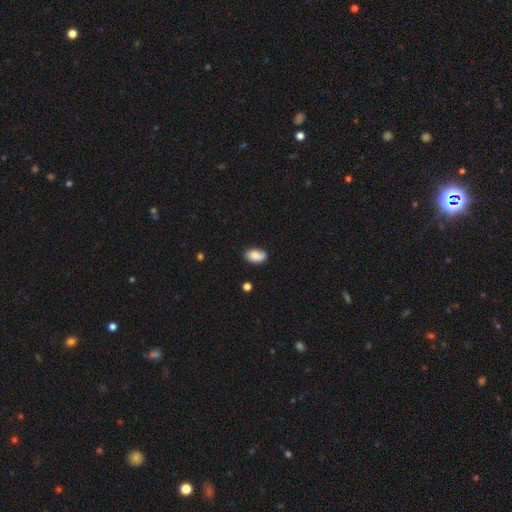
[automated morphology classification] A smooth galaxy with no disk features (80%) that is in between round and cigar-shaped (89%).

Vote fractions:
- Smooth or featured? smooth: 80% / featured or disk: 13% / star or artifact: 8%
- How rounded? in between: 89% / round: 9% / cigar-shaped: 2%
- Merging? none: 67% / minor disturbance: 25% / major disturbance: 5% / merger: 3%